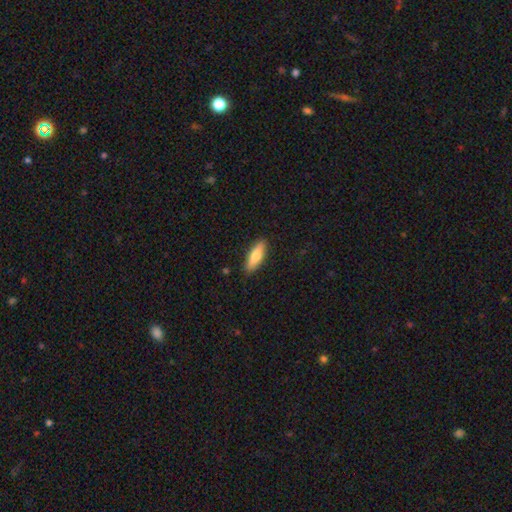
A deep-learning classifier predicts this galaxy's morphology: This appears to be a smooth galaxy with no disk features (72%) that is cigar-shaped (51%). Merging: none (88%).